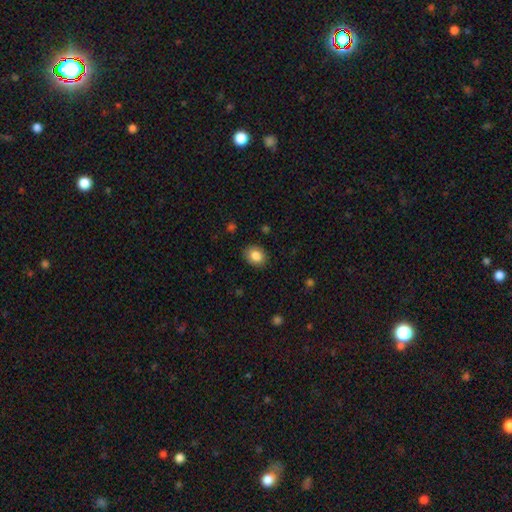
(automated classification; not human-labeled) Morphology: type=smooth (84%); roundness=in between (54%); merging=none (87%).